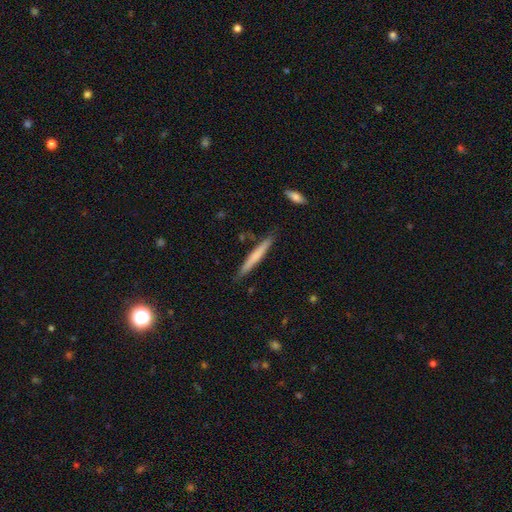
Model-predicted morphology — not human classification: Smooth or featured? smooth (60%)
How rounded? cigar-shaped (96%)
Merging? none (87%)